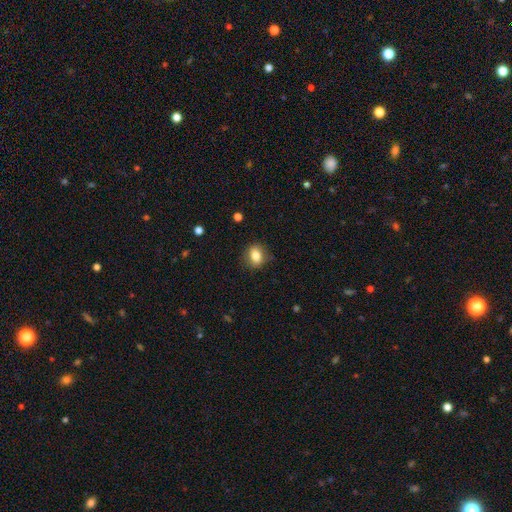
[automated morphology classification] smooth 79%, featured or disk 12%, star or artifact 9%. Down the decision tree: how rounded — in between (50%); merging — none (82%).